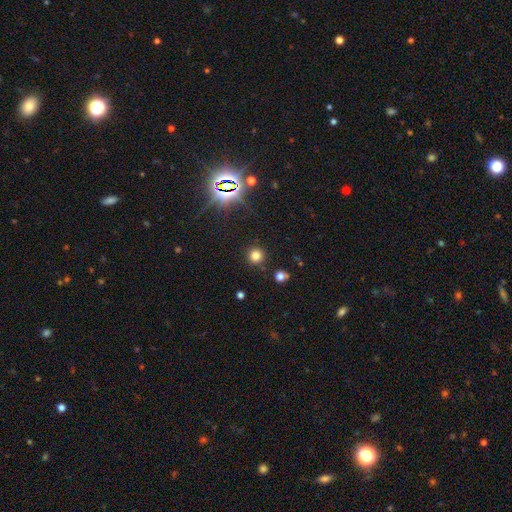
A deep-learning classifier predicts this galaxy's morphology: Overall: smooth (73%). How rounded: round (94%). Merging: none (88%).